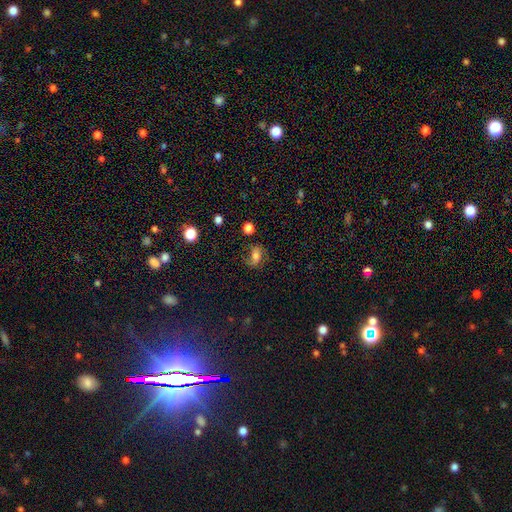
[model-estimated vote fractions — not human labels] Smooth or featured? smooth (45%)
Merging? none (58%)